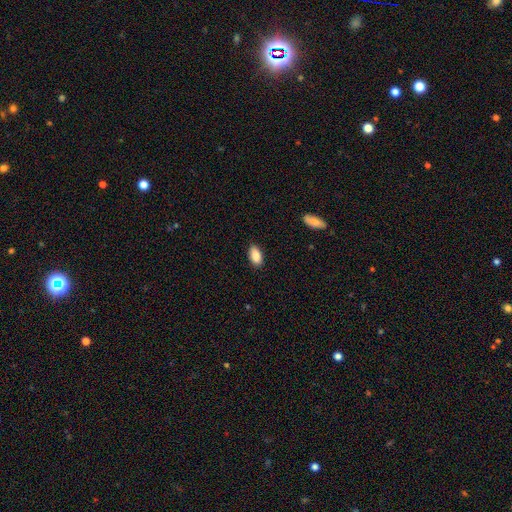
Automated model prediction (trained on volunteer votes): Smooth or featured: smooth — 89% (star or artifact — 7%)
How rounded: in between — 93% (round — 4%)
Merging: none — 86% (minor disturbance — 10%)